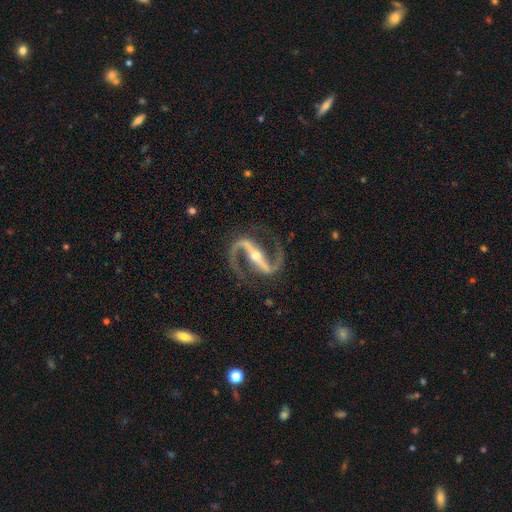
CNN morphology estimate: The model was most divided on "bulge size": small: 52%, moderate: 44%, large: 2%, none: 1%, dominant: 1%. More confident: spiral arms — yes (98%); edge-on disk — no (96%); spiral arm count — 2 (95%); smooth or featured — featured or disk (94%); merging — none (84%); bar — strong (76%); spiral winding — medium (59%).